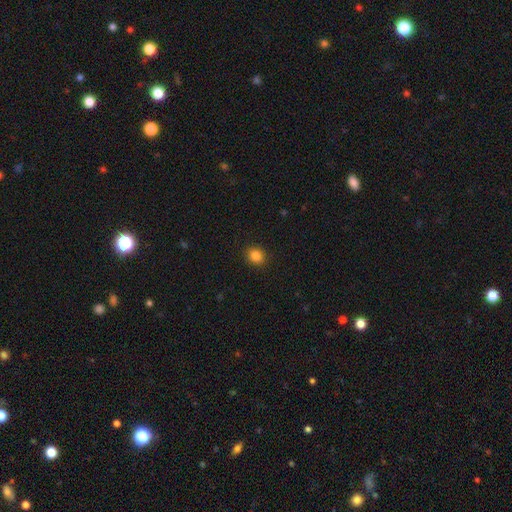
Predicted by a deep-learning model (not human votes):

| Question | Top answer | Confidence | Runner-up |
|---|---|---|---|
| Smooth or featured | smooth | 85% | star or artifact (11%) |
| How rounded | round | 69% | in between (30%) |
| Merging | none | 91% | minor disturbance (6%) |